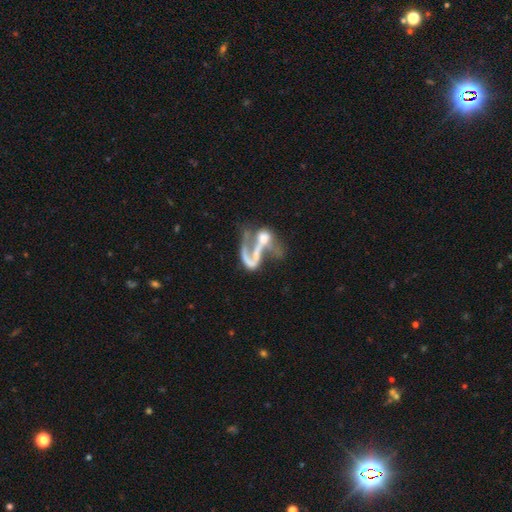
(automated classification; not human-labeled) A featured or disk galaxy (71%) with no bar (56%), spiral arms (61%) and no central bulge (40%). Merging: merger (45%).